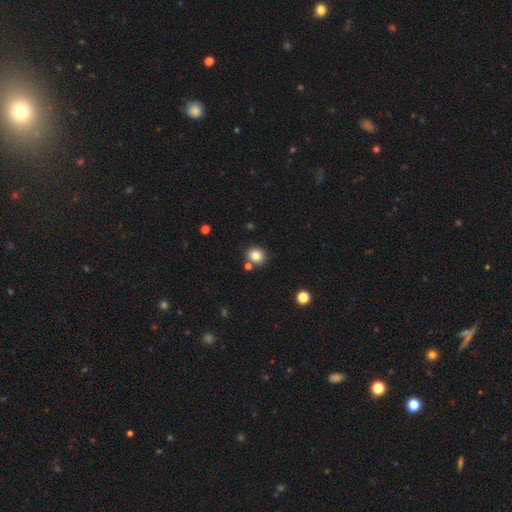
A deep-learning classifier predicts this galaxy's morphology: This is clearly a smooth galaxy (82%). How rounded: clearly round (82%). Merging: likely none (78%).